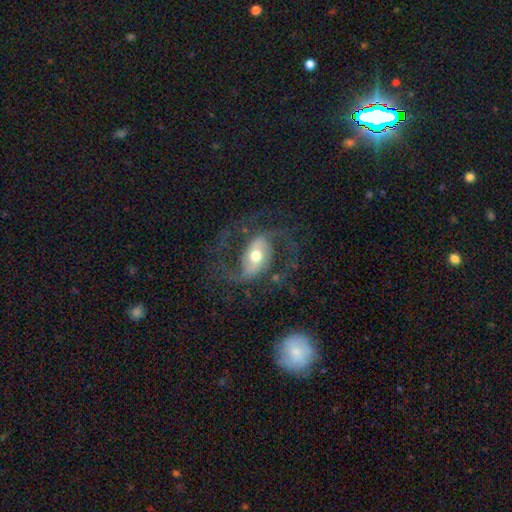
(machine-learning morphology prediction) smooth-or-featured: featured or disk: 86% | smooth: 9% | star or artifact: 6%
  disk-edge-on: no: 97% | yes: 3%
    bar: weak: 39% | strong: 33% | no: 28%
    has-spiral-arms: yes: 95% | no: 5%
      spiral-winding: medium: 49% | loose: 40% | tight: 10%
      spiral-arm-count: 2: 90% | can't tell: 3% | 3: 2% | 1: 2% | 4: 1% | more than 4: 1%
    bulge-size: moderate: 68% | small: 21% | large: 9% | dominant: 1% | none: 1%
  merging: none: 66% | major disturbance: 18% | minor disturbance: 13% | merger: 3%